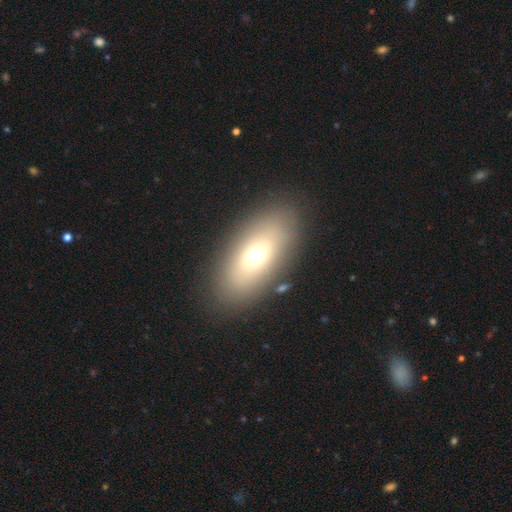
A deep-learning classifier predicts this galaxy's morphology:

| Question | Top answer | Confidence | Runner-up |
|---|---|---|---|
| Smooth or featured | smooth | 64% | featured or disk (26%) |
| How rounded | in between | 86% | cigar-shaped (8%) |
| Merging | none | 86% | minor disturbance (8%) |